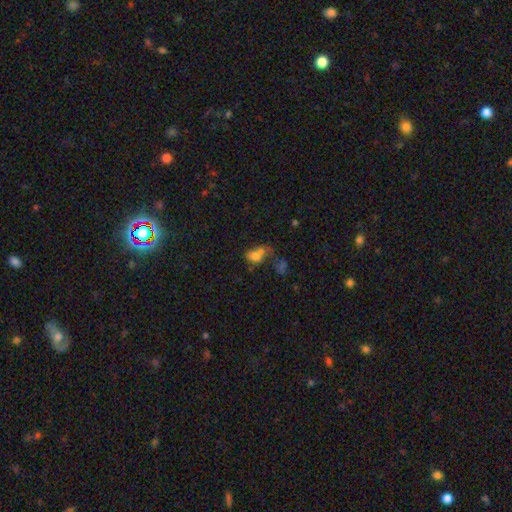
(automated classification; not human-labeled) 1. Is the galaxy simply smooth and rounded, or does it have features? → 67% smooth, 19% featured or disk, 14% star or artifact.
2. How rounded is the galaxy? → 67% in between, 31% round, 2% cigar-shaped.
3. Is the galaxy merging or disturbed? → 54% merger, 20% none, 14% major disturbance, 12% minor disturbance.